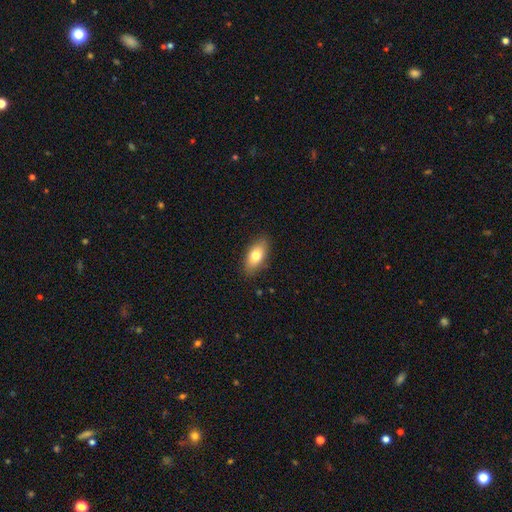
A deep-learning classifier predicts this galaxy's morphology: A smooth galaxy with no disk features (74%) that is in between round and cigar-shaped (86%). Merging: none (85%).